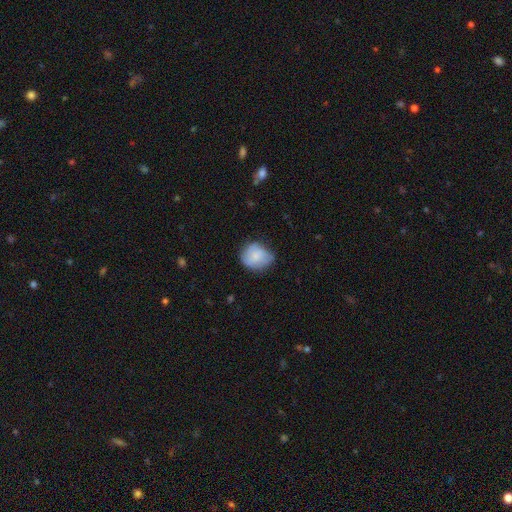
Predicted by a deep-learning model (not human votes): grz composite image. It shows a smooth galaxy with no disk features (71%) that is round (68%). Merging: none (54%).